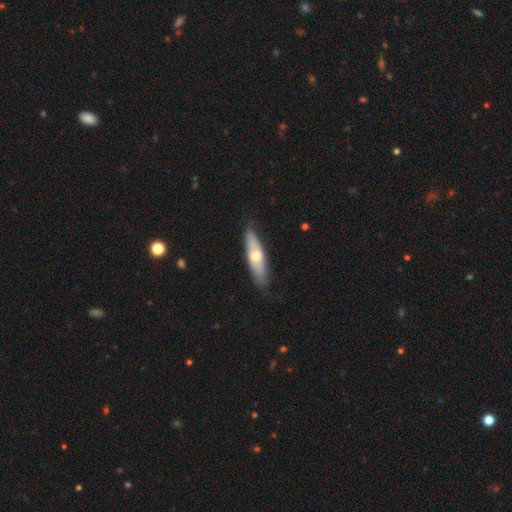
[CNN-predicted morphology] smooth 57%, featured or disk 38%, star or artifact 5%. Down the decision tree: how rounded — cigar-shaped (61%); merging — none (80%).